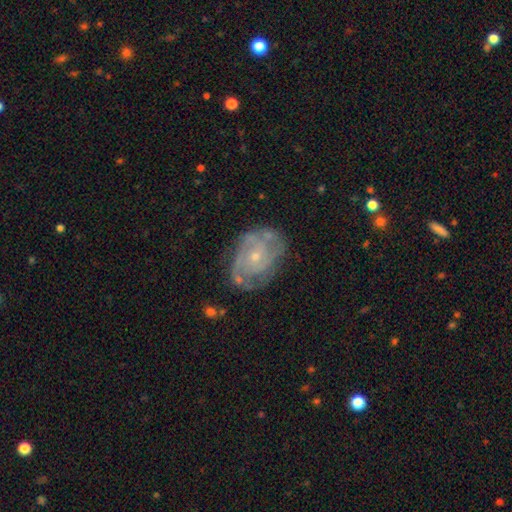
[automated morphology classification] smooth_or_featured: featured or disk (p=0.82) [alt: smooth p=0.11]
disk_edge_on: no (p=0.97) [alt: yes p=0.03]
bar: no (p=0.73) [alt: weak p=0.23]
has_spiral_arms: yes (p=0.91) [alt: no p=0.09]
spiral_winding: tight (p=0.55) [alt: medium p=0.36]
spiral_arm_count: 2 (p=0.32) [alt: can't tell p=0.29]
bulge_size: small (p=0.69) [alt: moderate p=0.27]
merging: none (p=0.67) [alt: minor disturbance p=0.22]